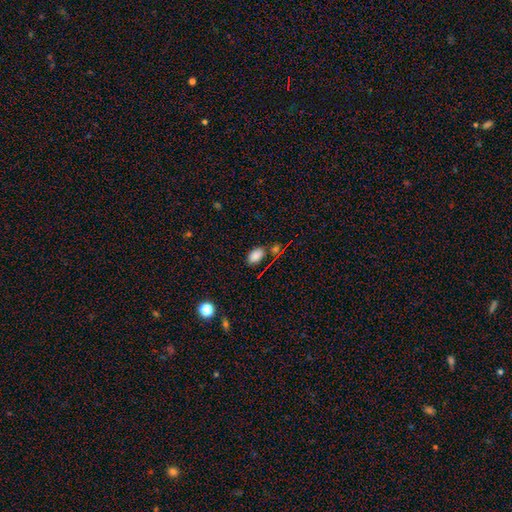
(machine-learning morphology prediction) smooth 81%, star or artifact 14%, featured or disk 5%. Down the decision tree: how rounded — in between (90%); merging — none (71%).